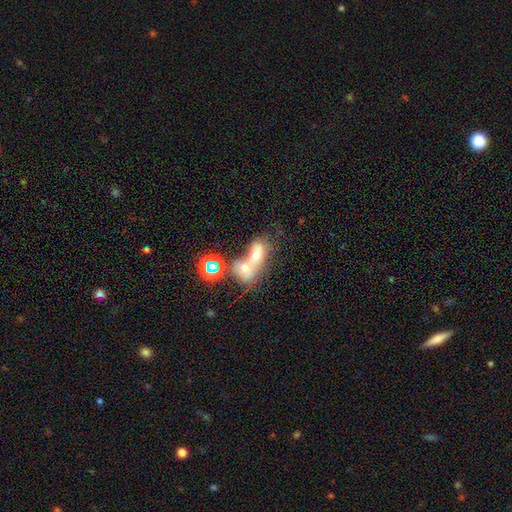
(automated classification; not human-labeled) This is possibly a smooth galaxy (49%). Merging: likely merger (75%).